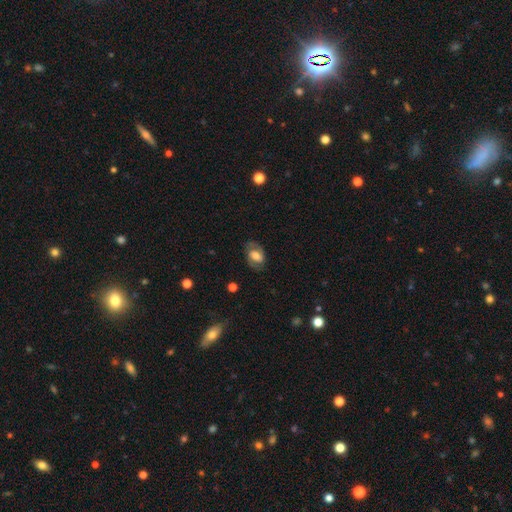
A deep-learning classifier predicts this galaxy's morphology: A featured or disk galaxy (52%).

Vote fractions:
- Smooth or featured? featured or disk: 52% / smooth: 41% / star or artifact: 8%
- Edge-on disk? no: 95% / yes: 5%
- Merging? none: 75% / minor disturbance: 16% / major disturbance: 8% / merger: 1%